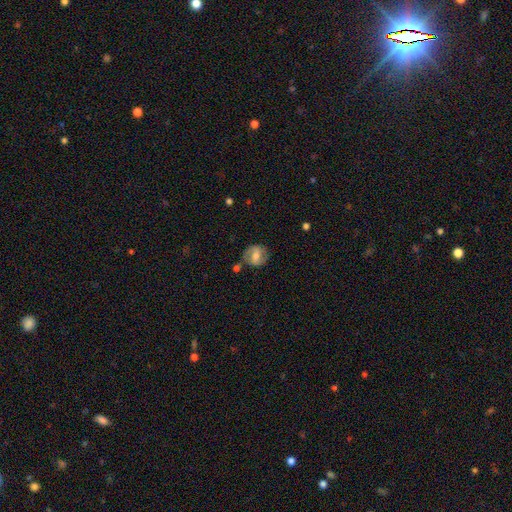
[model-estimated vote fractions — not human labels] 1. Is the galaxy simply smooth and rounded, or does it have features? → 52% featured or disk, 40% smooth, 8% star or artifact.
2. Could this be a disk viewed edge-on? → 96% no, 4% yes.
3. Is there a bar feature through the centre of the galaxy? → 44% weak, 31% strong, 25% no.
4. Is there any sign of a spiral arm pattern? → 72% yes, 28% no.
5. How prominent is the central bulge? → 62% moderate, 28% small, 7% large, 2% none, 1% dominant.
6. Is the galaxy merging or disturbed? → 67% none, 19% minor disturbance, 7% merger, 7% major disturbance.